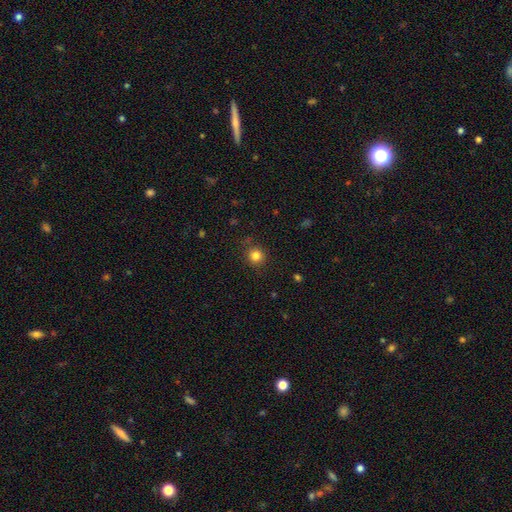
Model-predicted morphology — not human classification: A smooth galaxy with no disk features (82%) that is round (92%).

Vote fractions:
- Smooth or featured? smooth: 82% / star or artifact: 13% / featured or disk: 5%
- How rounded? round: 92% / in between: 7% / cigar-shaped: 1%
- Merging? none: 86% / minor disturbance: 9% / major disturbance: 3% / merger: 2%